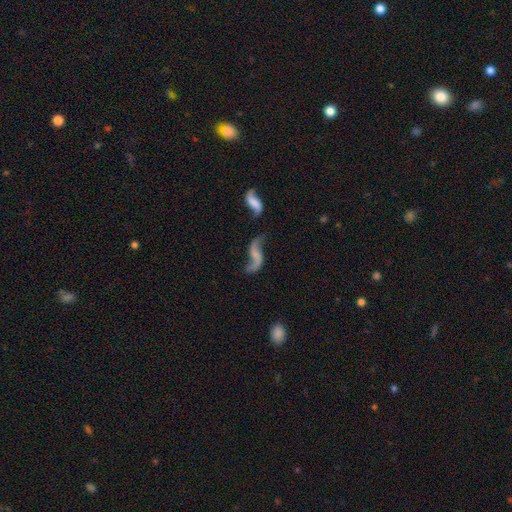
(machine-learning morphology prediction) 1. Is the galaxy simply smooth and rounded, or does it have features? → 81% featured or disk, 11% smooth, 7% star or artifact.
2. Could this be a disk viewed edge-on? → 95% no, 5% yes.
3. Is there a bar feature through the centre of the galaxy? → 53% no, 35% weak, 12% strong.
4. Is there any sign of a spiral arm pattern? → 92% yes, 8% no.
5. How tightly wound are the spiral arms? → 93% loose, 6% medium, 2% tight.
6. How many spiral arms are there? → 90% 2, 5% 1, 2% can't tell, 1% 3, 1% 4, 1% more than 4.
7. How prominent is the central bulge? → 63% none, 22% small, 11% moderate, 3% large, 1% dominant.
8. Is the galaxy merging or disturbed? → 52% none, 17% minor disturbance, 17% merger, 13% major disturbance.